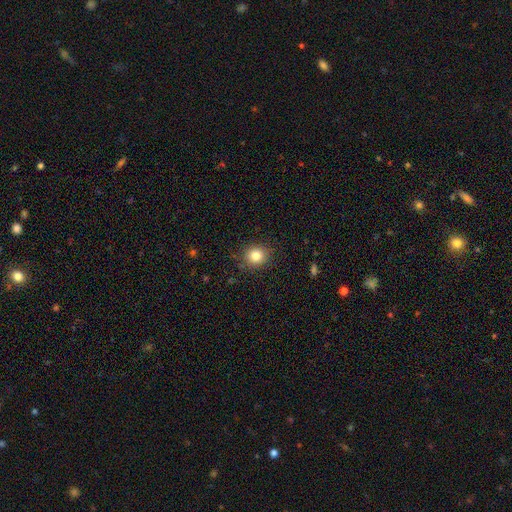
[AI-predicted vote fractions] Smooth or featured? Predicted: smooth (p=0.82). How rounded? Predicted: round (p=0.84). Merging? Predicted: none (p=0.88).